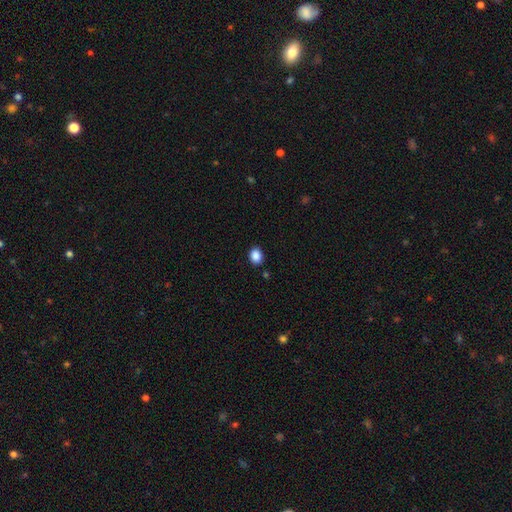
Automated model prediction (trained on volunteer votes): Smooth or featured: smooth — 88% (star or artifact — 9%)
How rounded: in between — 52% (round — 47%)
Merging: none — 87% (minor disturbance — 8%)